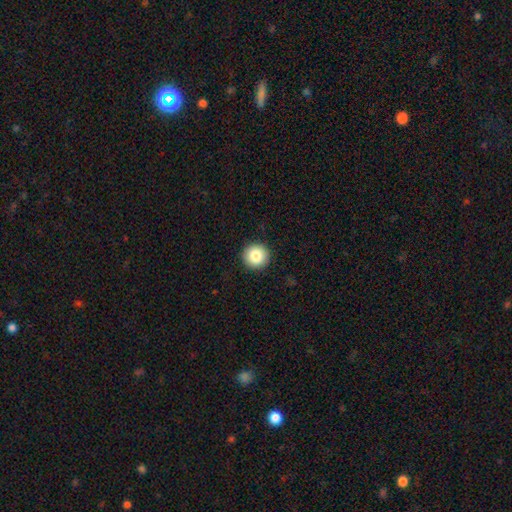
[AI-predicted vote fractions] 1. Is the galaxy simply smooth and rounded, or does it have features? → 85% smooth, 9% star or artifact, 6% featured or disk.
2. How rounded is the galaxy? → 95% round, 4% in between, 1% cigar-shaped.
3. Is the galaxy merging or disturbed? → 93% none, 5% minor disturbance, 2% major disturbance, 1% merger.